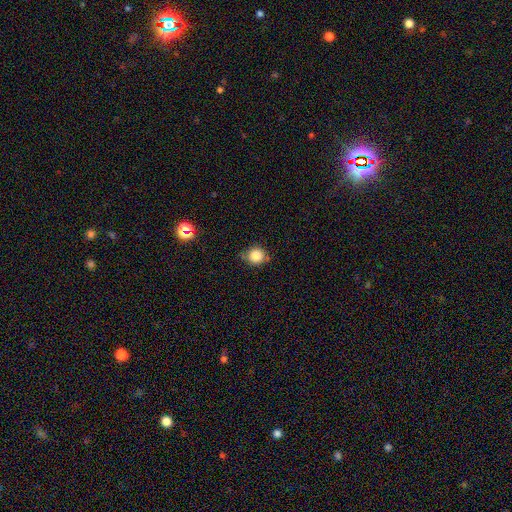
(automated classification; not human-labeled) This is clearly a smooth galaxy (83%). How rounded: clearly round (88%). Merging: likely none (71%).